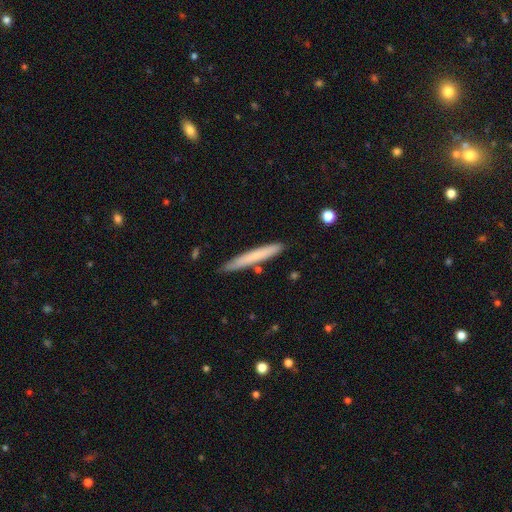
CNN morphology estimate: Smooth or featured?
  - smooth: 67% *
  - featured or disk: 27%
  - star or artifact: 6%
How rounded?
  - cigar-shaped: 96% *
  - in between: 3%
  - round: 1%
Merging?
  - none: 85% *
  - minor disturbance: 10%
  - merger: 3%
  - major disturbance: 2%